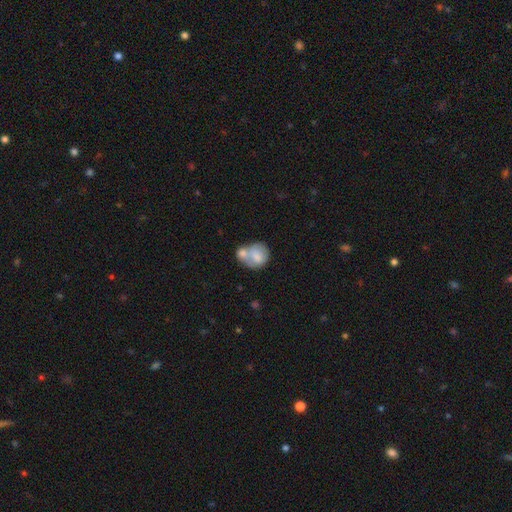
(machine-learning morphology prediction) smooth_or_featured: smooth (p=0.69) [alt: featured or disk p=0.24]
how_rounded: round (p=0.65) [alt: in between p=0.34]
merging: merger (p=0.61) [alt: none p=0.22]